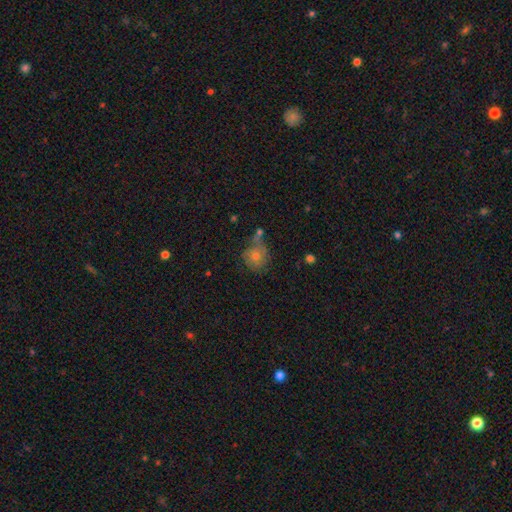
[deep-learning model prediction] smooth-or-featured: smooth: 53% | featured or disk: 30% | star or artifact: 17%
  how-rounded: round: 81% | in between: 18% | cigar-shaped: 1%
  merging: none: 56% | minor disturbance: 21% | merger: 14% | major disturbance: 10%